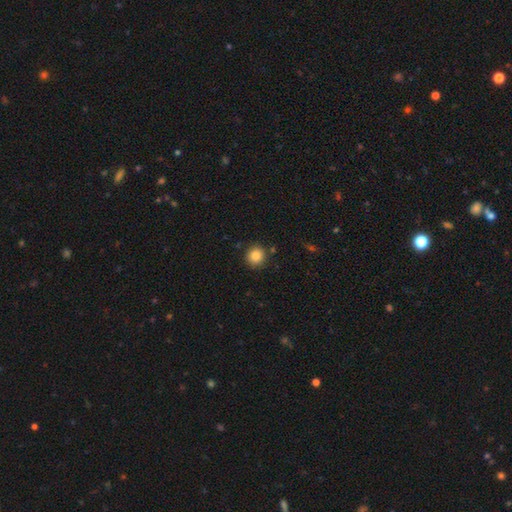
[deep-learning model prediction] Morphology: type=smooth (87%); roundness=round (89%); merging=none (86%).